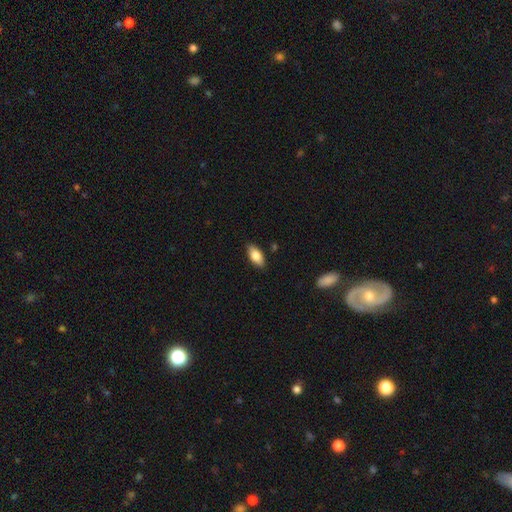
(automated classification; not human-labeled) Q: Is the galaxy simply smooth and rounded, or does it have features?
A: smooth — 80%.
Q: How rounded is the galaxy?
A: in between — 89%.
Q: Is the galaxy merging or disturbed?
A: none — 87%.